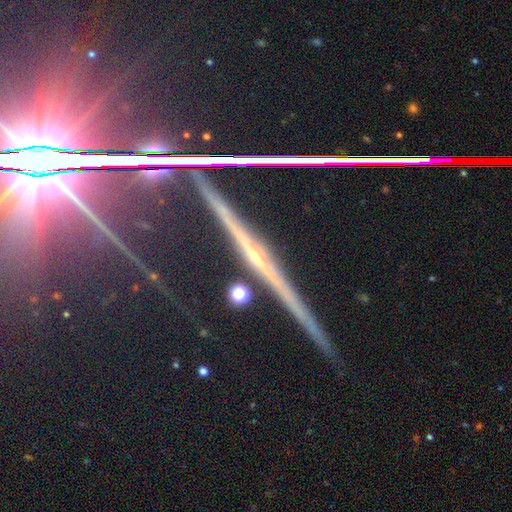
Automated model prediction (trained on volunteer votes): Smooth or featured? Predicted: featured or disk (p=0.52). Edge-on disk? Predicted: yes (p=0.94). Merging? Predicted: none (p=0.88).